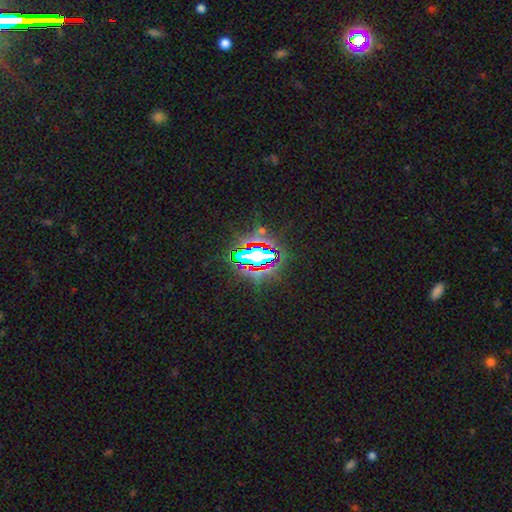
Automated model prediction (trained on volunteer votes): Smooth or featured?
  - star or artifact: 71% *
  - smooth: 16%
  - featured or disk: 13%